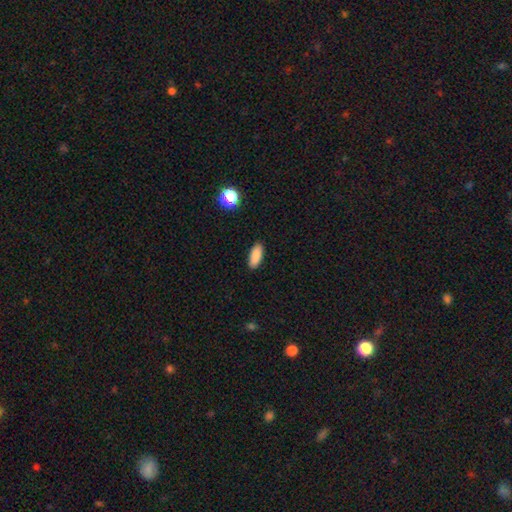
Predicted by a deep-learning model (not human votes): Smooth or featured? smooth (88%)
How rounded? in between (79%)
Merging? none (90%)